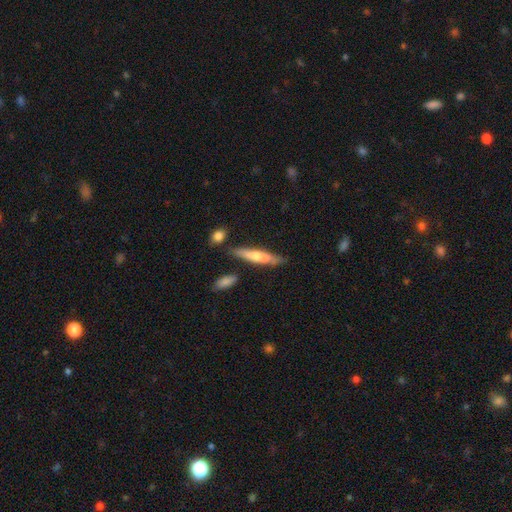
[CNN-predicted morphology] Q: Smooth or featured?
A: smooth (53%); runner-up: featured or disk (41%)
Q: How rounded?
A: cigar-shaped (81%); runner-up: in between (17%)
Q: Merging?
A: none (62%); runner-up: minor disturbance (18%)